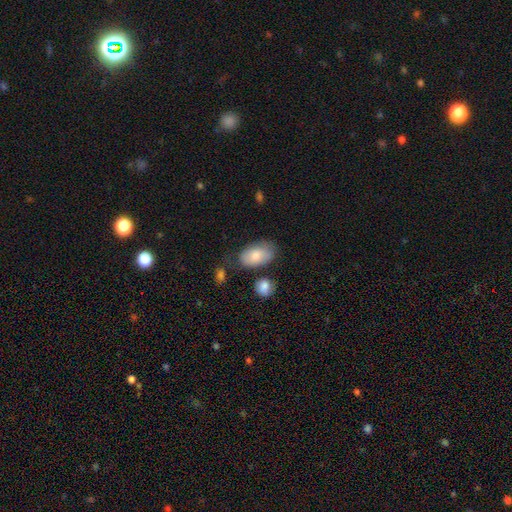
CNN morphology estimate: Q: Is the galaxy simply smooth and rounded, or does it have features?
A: smooth — 80%.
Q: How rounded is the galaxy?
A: in between — 93%.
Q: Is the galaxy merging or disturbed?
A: none — 64%.